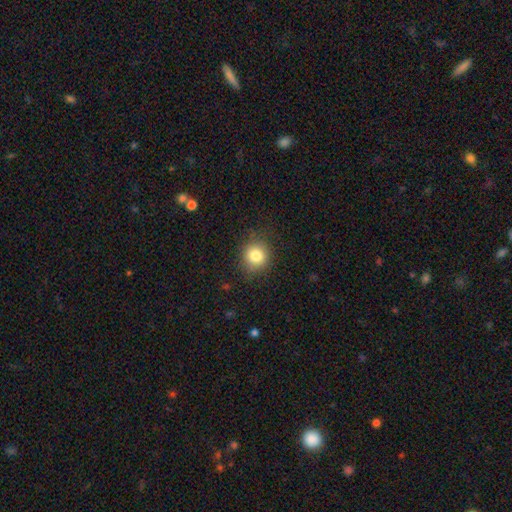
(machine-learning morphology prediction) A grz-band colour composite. It shows a smooth galaxy with no disk features (82%) that is round (87%). Merging: none (84%).